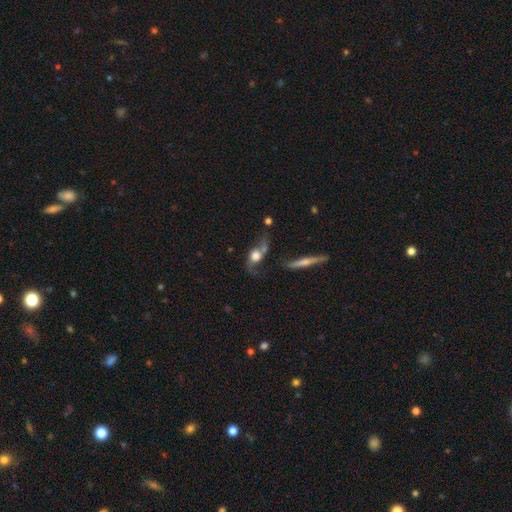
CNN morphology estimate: smooth_or_featured: featured or disk (p=0.67) [alt: smooth p=0.24]
disk_edge_on: no (p=0.81) [alt: yes p=0.19]
bar: no (p=0.75) [alt: weak p=0.19]
has_spiral_arms: yes (p=0.87) [alt: no p=0.13]
bulge_size: large (p=0.52) [alt: moderate p=0.24]
merging: none (p=0.41) [alt: major disturbance p=0.22]